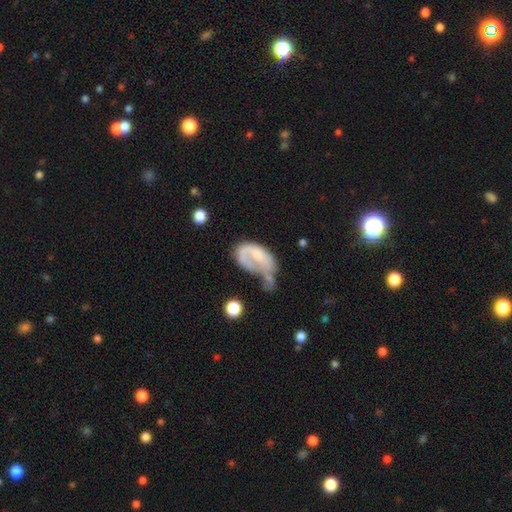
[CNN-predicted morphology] This is possibly a featured or disk galaxy (50%). It is clearly not viewed edge-on (96%). Merging: marginally major disturbance (43%).